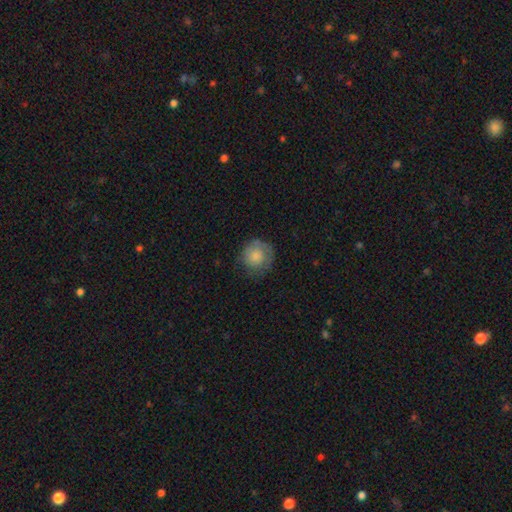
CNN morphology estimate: Smooth or featured? Predicted: smooth (p=0.74). How rounded? Predicted: round (p=0.90). Merging? Predicted: none (p=0.67).